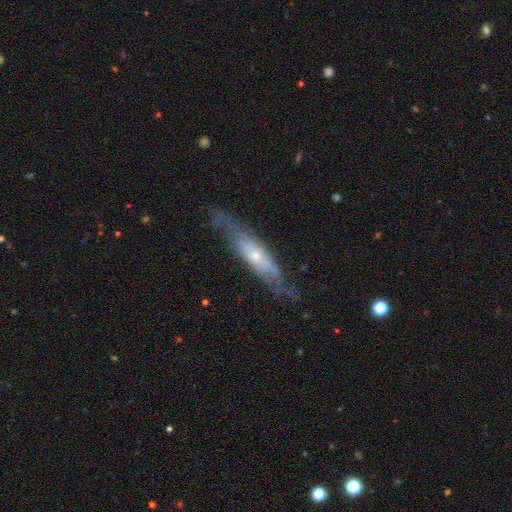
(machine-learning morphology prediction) smooth-or-featured: featured or disk: 68% | smooth: 26% | star or artifact: 6%
  disk-edge-on: yes: 51% | no: 49%
  merging: none: 65% | minor disturbance: 22% | major disturbance: 11% | merger: 2%